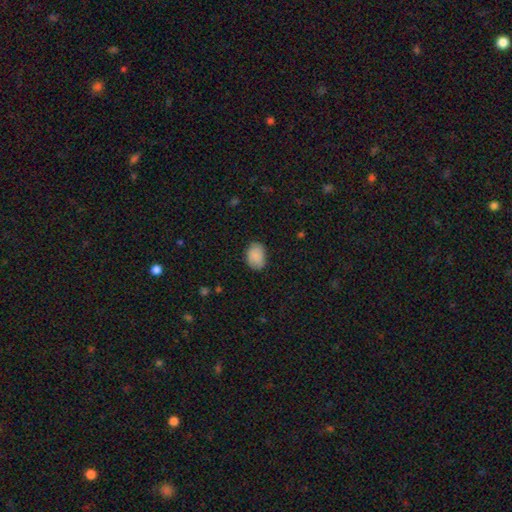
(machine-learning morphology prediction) A smooth galaxy with no disk features (88%) that is in between round and cigar-shaped (79%). Merging: none (78%).